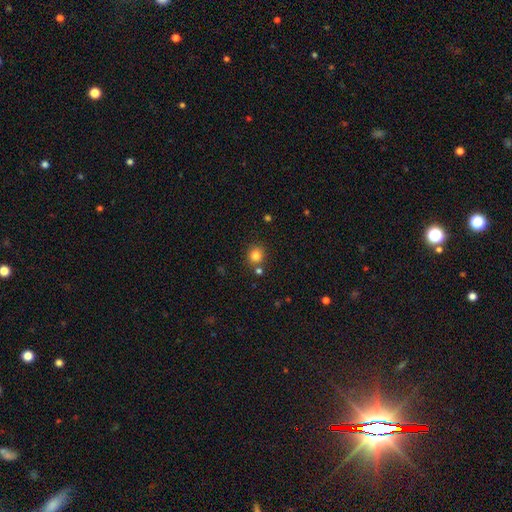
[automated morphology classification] smooth 81%, star or artifact 13%, featured or disk 6%. Down the decision tree: how rounded — round (87%); merging — none (78%).